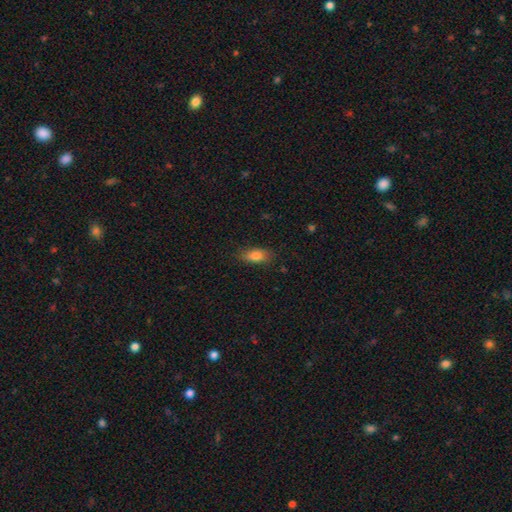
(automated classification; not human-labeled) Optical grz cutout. It shows a smooth galaxy with no disk features (83%) that is in between round and cigar-shaped (85%). Merging: none (81%).